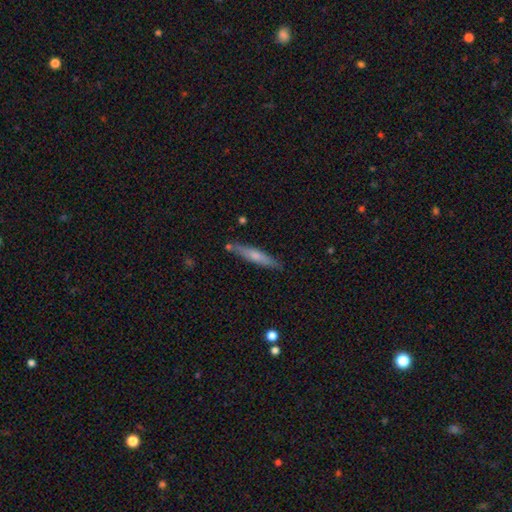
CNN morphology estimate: A smooth galaxy with no disk features (53%) that is cigar-shaped (91%).

Vote fractions:
- Smooth or featured? smooth: 53% / featured or disk: 42% / star or artifact: 6%
- How rounded? cigar-shaped: 91% / in between: 7% / round: 2%
- Merging? none: 82% / minor disturbance: 11% / merger: 4% / major disturbance: 2%